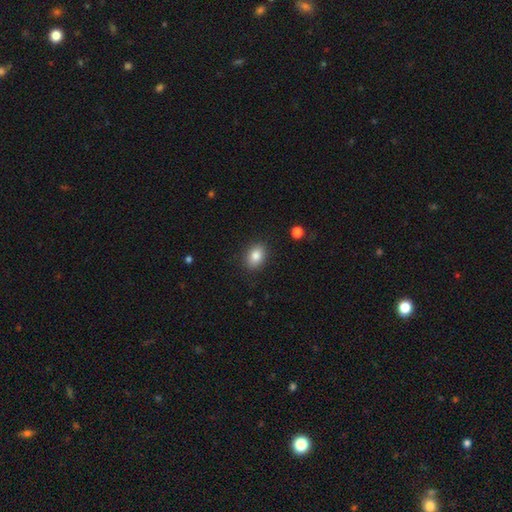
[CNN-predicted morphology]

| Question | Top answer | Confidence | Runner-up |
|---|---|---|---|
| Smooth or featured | smooth | 84% | star or artifact (9%) |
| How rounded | in between | 74% | round (25%) |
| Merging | none | 87% | minor disturbance (9%) |